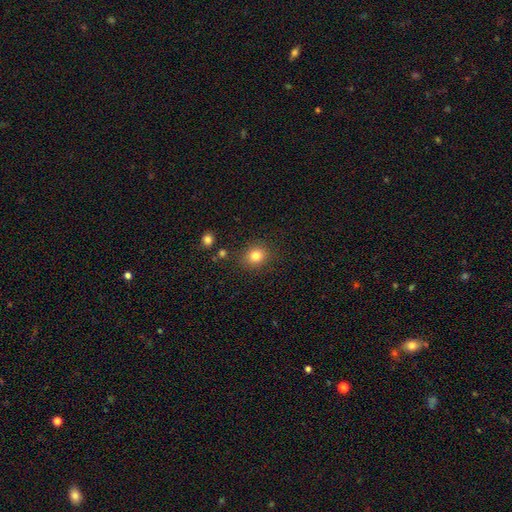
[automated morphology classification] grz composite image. It shows a smooth galaxy with no disk features (81%) that is round (77%). Merging: none (86%).